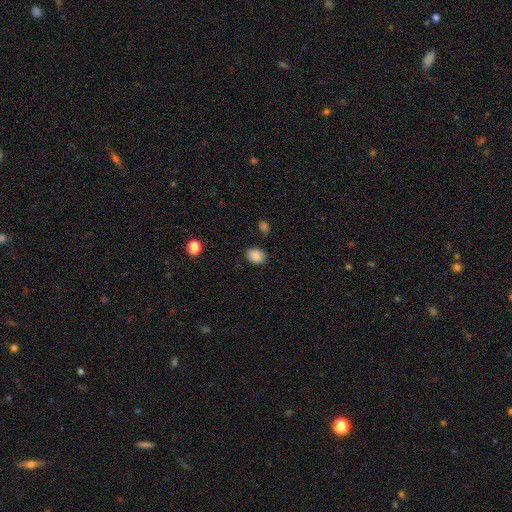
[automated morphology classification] Overall: smooth (87%). How rounded: in between (64%; round 35%). Merging: none (81%).